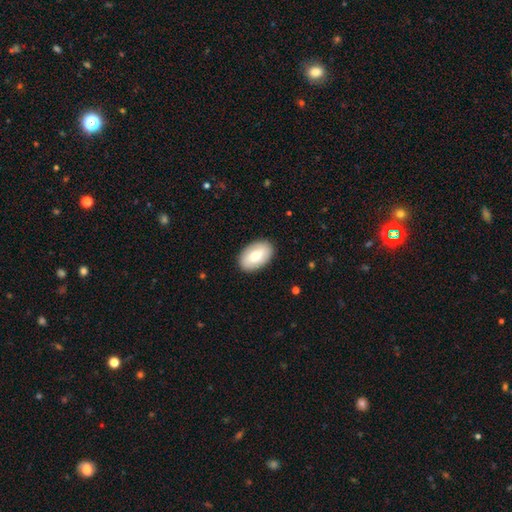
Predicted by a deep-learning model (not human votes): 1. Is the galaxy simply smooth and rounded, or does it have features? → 75% smooth, 20% featured or disk, 6% star or artifact.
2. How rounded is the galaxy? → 93% in between, 6% round, 1% cigar-shaped.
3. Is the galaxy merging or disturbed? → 89% none, 8% minor disturbance, 2% major disturbance, 1% merger.